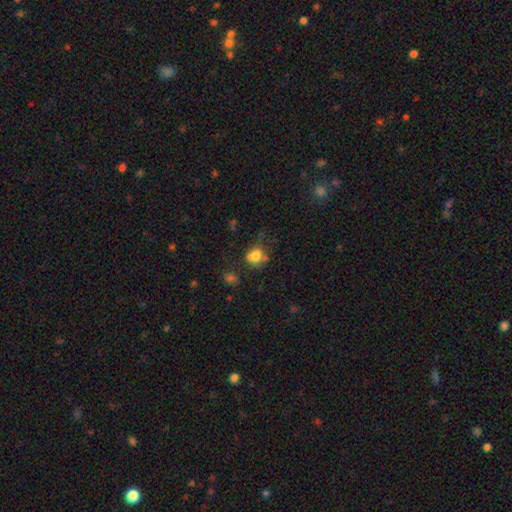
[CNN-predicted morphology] Smooth or featured?
  - smooth: 74% *
  - featured or disk: 13%
  - star or artifact: 13%
How rounded?
  - round: 71% *
  - in between: 28%
  - cigar-shaped: 1%
Merging?
  - none: 45% *
  - merger: 29%
  - minor disturbance: 18%
  - major disturbance: 9%